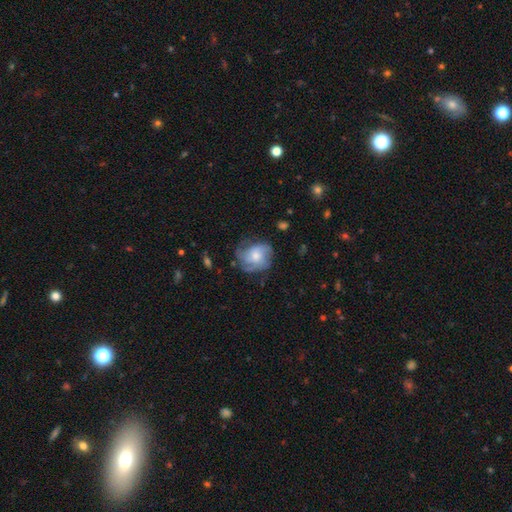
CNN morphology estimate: A featured or disk galaxy (65%) with no bar (78%), 3 (32%) medium (42%) spiral arms (88%) and a moderate central bulge (47%).

Vote fractions:
- Smooth or featured? featured or disk: 65% / smooth: 27% / star or artifact: 8%
- Edge-on disk? no: 98% / yes: 2%
- Bar? no: 78% / weak: 20% / strong: 3%
- Spiral arms? yes: 88% / no: 12%
- Spiral winding? medium: 42% / tight: 40% / loose: 18%
- Spiral arm count? 3: 32% / can't tell: 27% / 4: 16% / 2: 14% / more than 4: 5% / 1: 5%
- Bulge size? moderate: 47% / small: 43% / large: 6% / none: 3% / dominant: 1%
- Merging? none: 65% / minor disturbance: 22% / major disturbance: 12% / merger: 1%